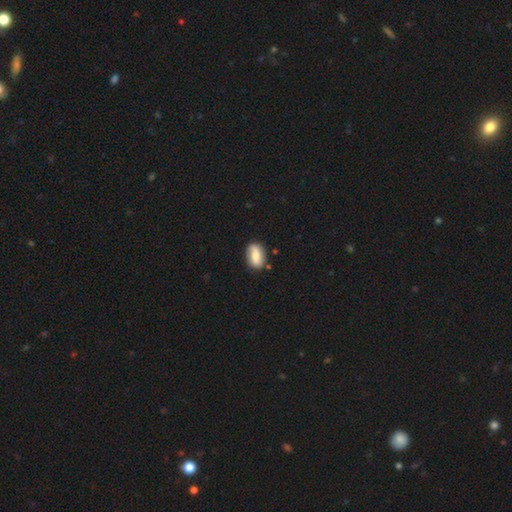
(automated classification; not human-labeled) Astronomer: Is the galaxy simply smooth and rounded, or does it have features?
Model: smooth — 56% (runner-up: featured or disk, 37%).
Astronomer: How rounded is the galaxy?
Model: in between — 85%.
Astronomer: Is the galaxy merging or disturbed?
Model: none — 79%.